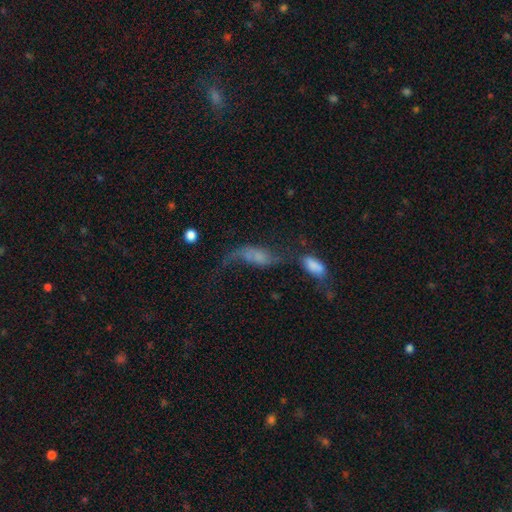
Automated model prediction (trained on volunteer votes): smooth-or-featured: featured or disk: 51% | smooth: 36% | star or artifact: 12%
  disk-edge-on: no: 87% | yes: 13%
  merging: merger: 44% | major disturbance: 25% | none: 20% | minor disturbance: 12%